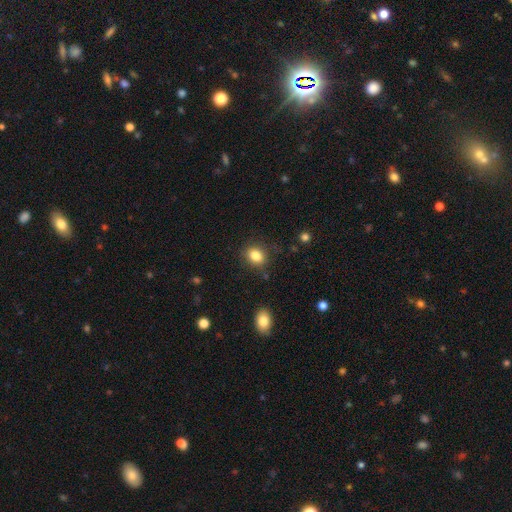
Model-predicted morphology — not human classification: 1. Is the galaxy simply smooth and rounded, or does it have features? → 84% smooth, 10% star or artifact, 6% featured or disk.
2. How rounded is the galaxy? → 50% in between, 48% round, 1% cigar-shaped.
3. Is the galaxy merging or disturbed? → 84% none, 11% minor disturbance, 3% major disturbance, 2% merger.